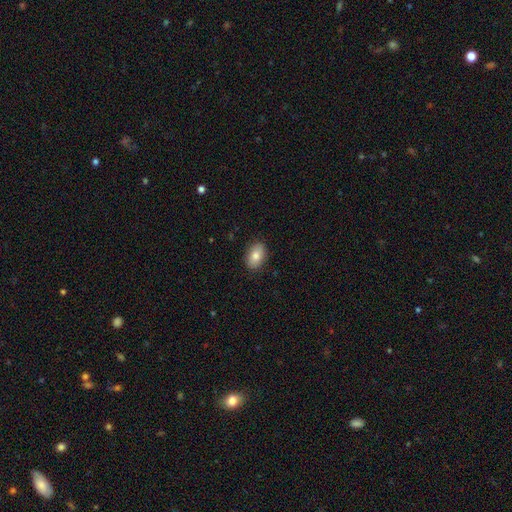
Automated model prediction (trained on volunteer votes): This is clearly a smooth galaxy (82%). How rounded: clearly in between (85%). Merging: clearly none (88%).